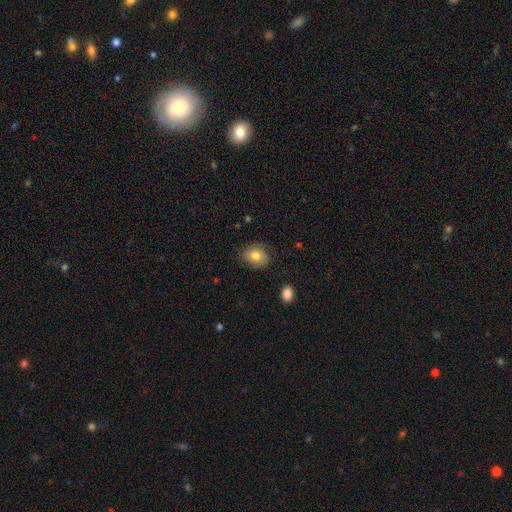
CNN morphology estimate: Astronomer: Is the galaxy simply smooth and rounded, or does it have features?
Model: smooth — 78%.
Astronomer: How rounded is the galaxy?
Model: round — 54% (runner-up: in between, 45%).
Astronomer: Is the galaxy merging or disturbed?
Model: none — 80%.